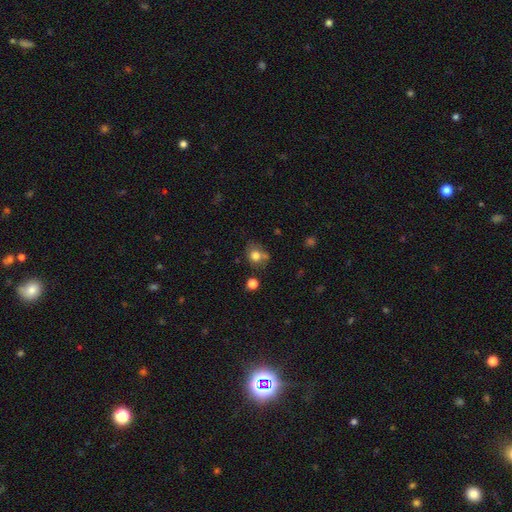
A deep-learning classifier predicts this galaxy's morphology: This is likely a smooth galaxy (77%). How rounded: likely round (63%). Merging: possibly none (54%).